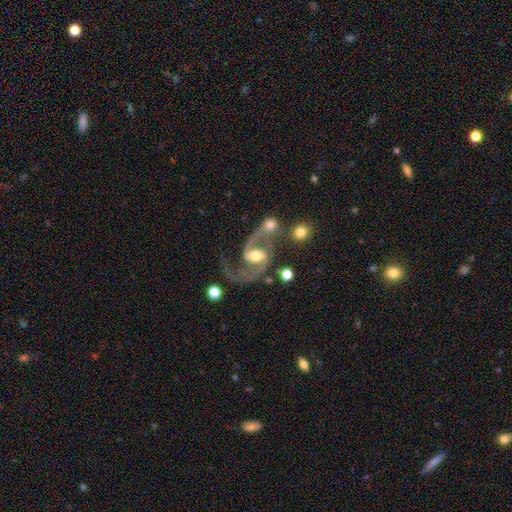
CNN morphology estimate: This is clearly a featured or disk galaxy (91%). It is clearly not viewed edge-on (98%). Bar: marginally weak (45%). Spiral arm pattern: clearly yes (97%). Spiral arm count: clearly 2 (94%). Spiral winding: possibly medium (52%). Central bulge: likely moderate (71%). Merging: possibly none (54%).